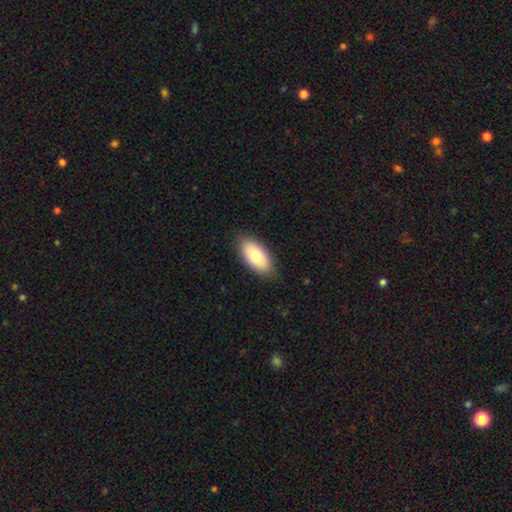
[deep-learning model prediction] Morphology: type=smooth (78%); roundness=in between (93%); merging=none (87%).